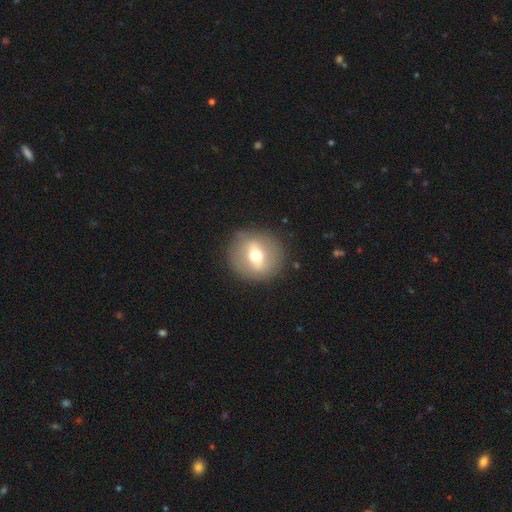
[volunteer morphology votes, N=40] A smooth galaxy with no disk features (52%) that is round (100%). Merging: none (97%).